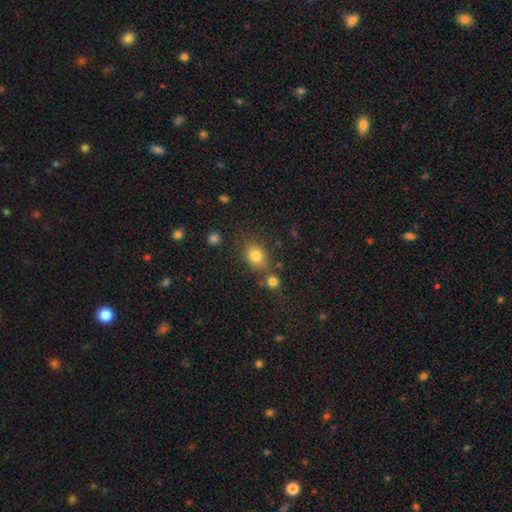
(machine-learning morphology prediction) type=smooth (80%); roundness=in between (56%); merging=none (68%).